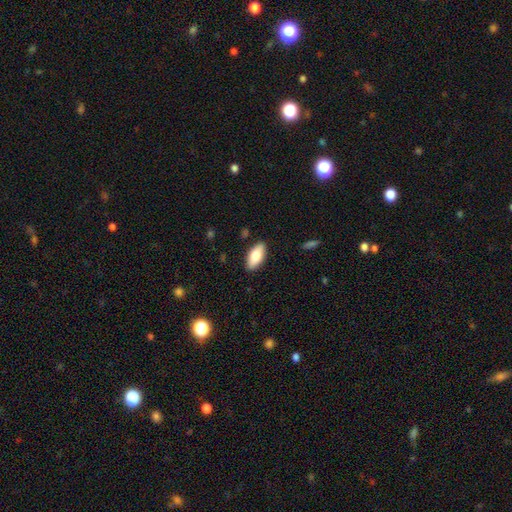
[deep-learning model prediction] smooth-or-featured: smooth: 79% | featured or disk: 15% | star or artifact: 6%
  how-rounded: in between: 90% | cigar-shaped: 8% | round: 2%
  merging: none: 88% | minor disturbance: 9% | major disturbance: 2% | merger: 1%